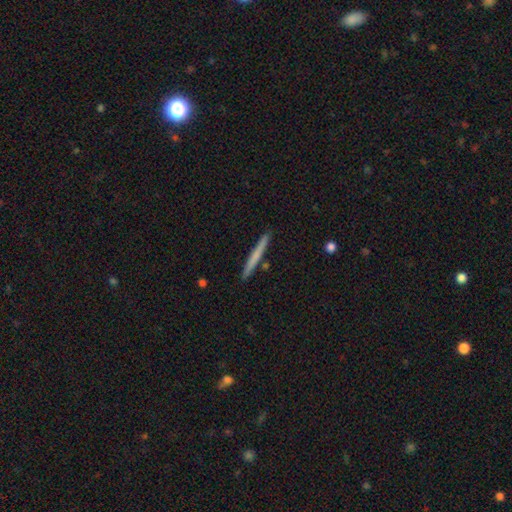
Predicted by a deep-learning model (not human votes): Morphology: type=smooth (60%); roundness=cigar-shaped (97%); merging=none (90%).